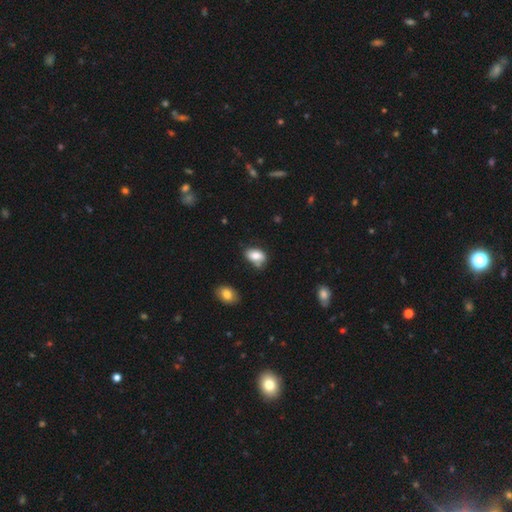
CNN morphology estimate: Smooth or featured: smooth — 79% (featured or disk — 13%)
How rounded: in between — 88% (round — 11%)
Merging: none — 50% (minor disturbance — 33%)